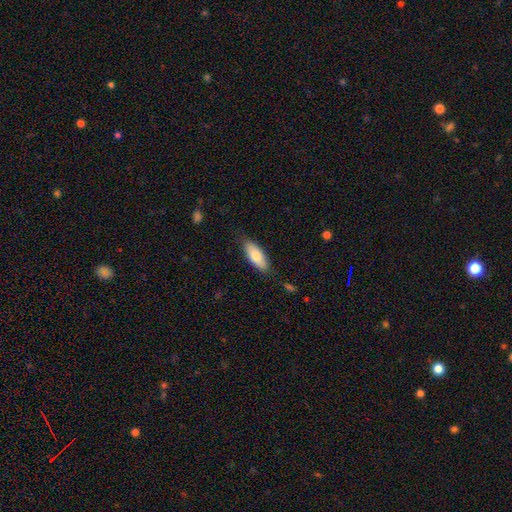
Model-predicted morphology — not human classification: Smooth or featured? smooth (80%)
How rounded? in between (79%)
Merging? none (81%)